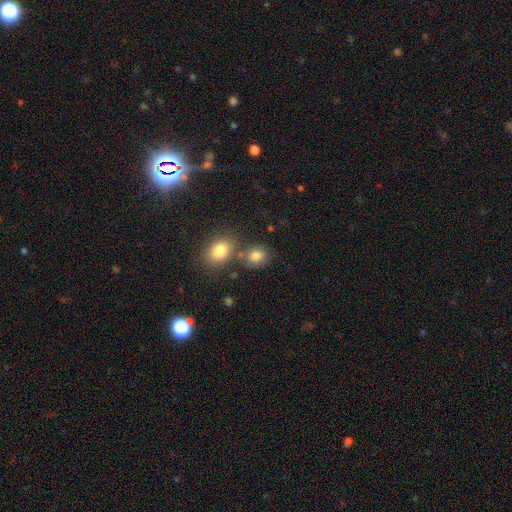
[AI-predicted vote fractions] This appears to be a smooth galaxy with no disk features (80%) that is round (57%). Merging: none (66%).